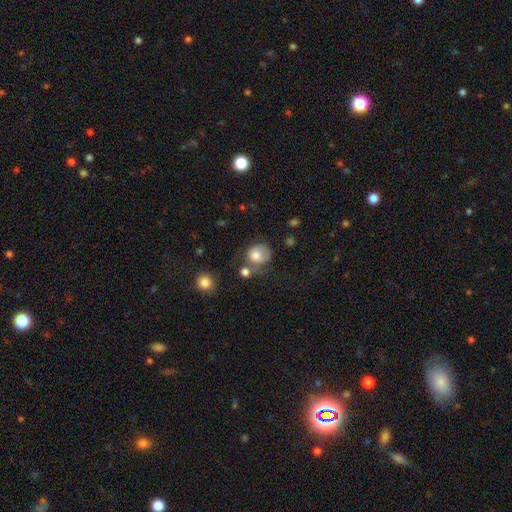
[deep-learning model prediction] Smooth or featured? Predicted: smooth (p=0.77). How rounded? Predicted: round (p=0.79). Merging? Predicted: none (p=0.44).